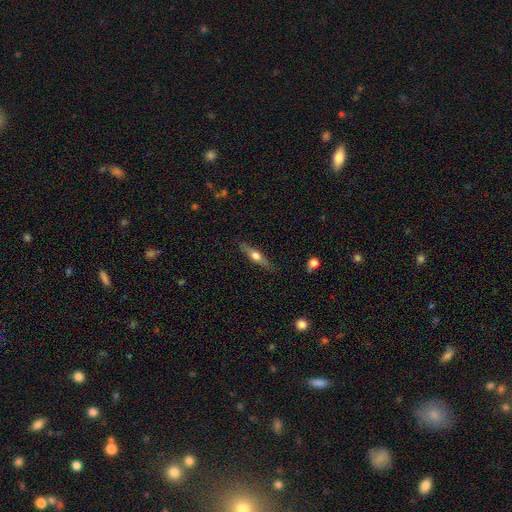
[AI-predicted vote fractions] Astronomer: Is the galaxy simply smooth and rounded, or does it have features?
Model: featured or disk — 52% (runner-up: smooth, 42%).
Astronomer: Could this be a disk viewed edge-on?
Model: yes — 92%.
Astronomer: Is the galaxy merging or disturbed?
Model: none — 86%.